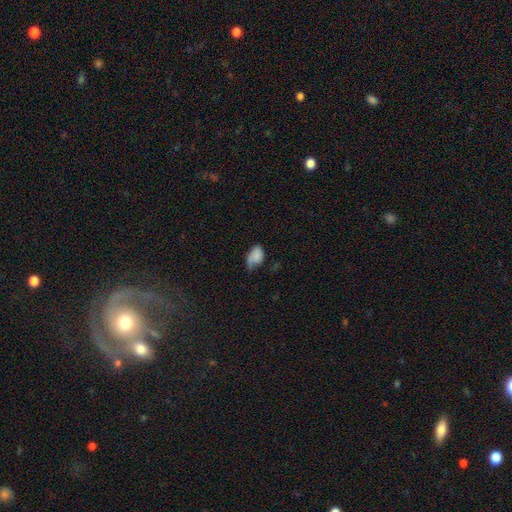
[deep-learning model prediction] A smooth galaxy with no disk features (78%) that is in between round and cigar-shaped (87%). Merging: minor disturbance (45%).